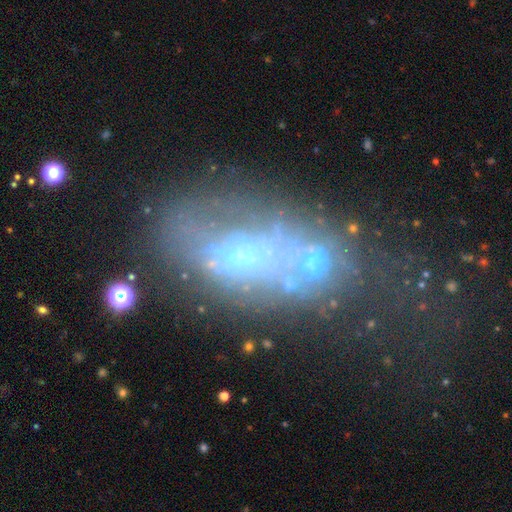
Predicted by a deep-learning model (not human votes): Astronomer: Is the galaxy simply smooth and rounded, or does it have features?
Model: featured or disk — 52% (runner-up: smooth, 28%).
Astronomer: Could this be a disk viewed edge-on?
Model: no — 91%.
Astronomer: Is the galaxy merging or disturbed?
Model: major disturbance — 33% (runner-up: none, 26%).